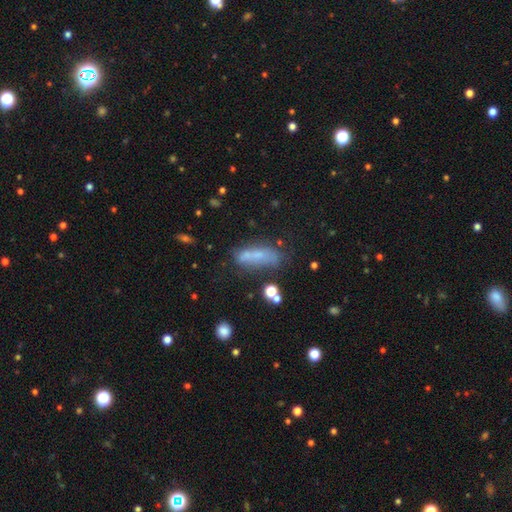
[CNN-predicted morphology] This appears to be a smooth galaxy with no disk features (58%) that is in between round and cigar-shaped (52%). Merging: none (44%).